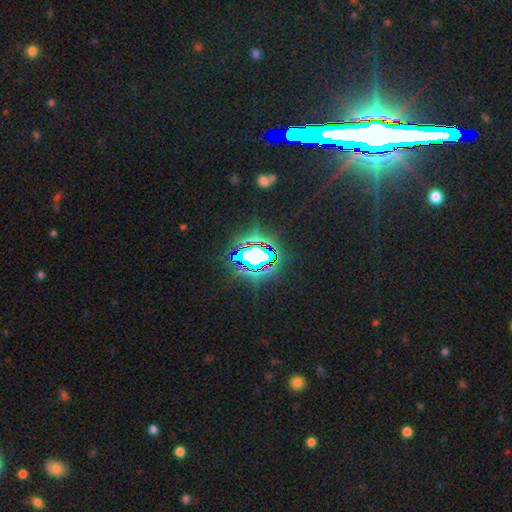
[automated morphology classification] Smooth or featured: star or artifact — 74% (smooth — 14%)